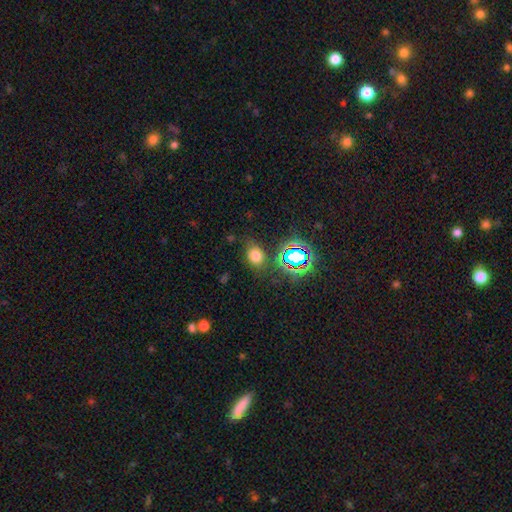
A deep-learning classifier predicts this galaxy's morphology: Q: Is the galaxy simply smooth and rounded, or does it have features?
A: smooth — 68%.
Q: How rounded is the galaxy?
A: in between — 57%.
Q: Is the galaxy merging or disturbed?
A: none — 76%.